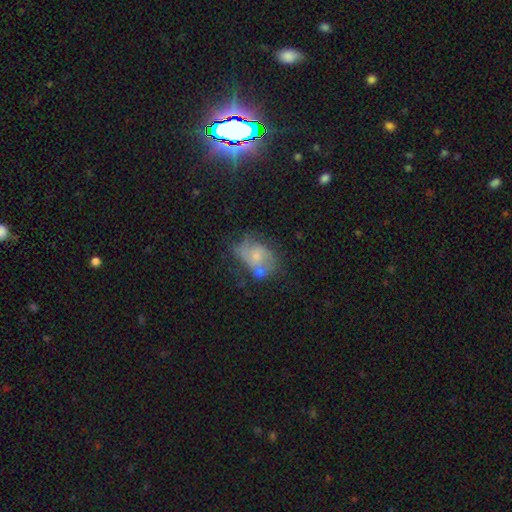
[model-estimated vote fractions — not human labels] The model was most divided on "merging": none: 34%, minor disturbance: 25%, merger: 23%, major disturbance: 17%. More confident: edge-on disk — no (97%); bar — no (76%); spiral arms — yes (63%); bulge size — small (57%); smooth or featured — featured or disk (54%).